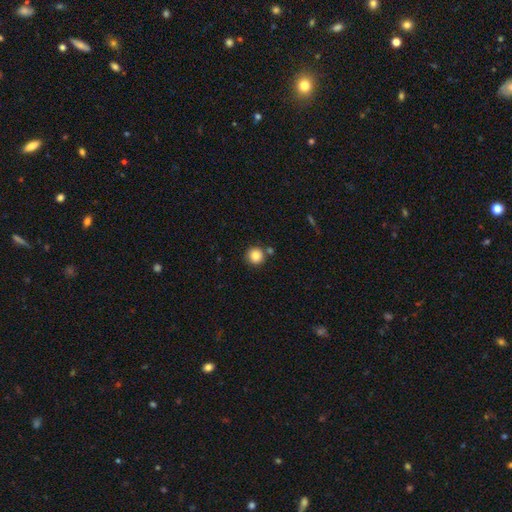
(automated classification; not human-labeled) Overall: smooth (85%). How rounded: round (95%). Merging: none (81%).